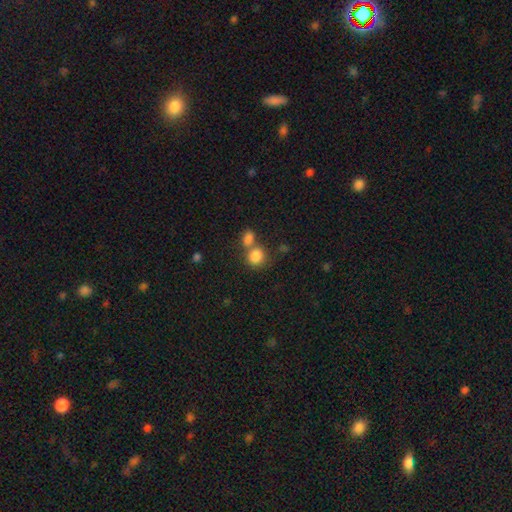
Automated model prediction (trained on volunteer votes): Smooth or featured: smooth — 84% (star or artifact — 9%)
How rounded: round — 68% (in between — 31%)
Merging: none — 44% (merger — 43%)